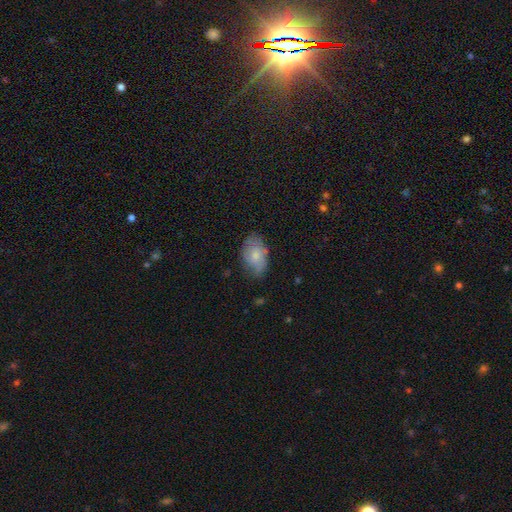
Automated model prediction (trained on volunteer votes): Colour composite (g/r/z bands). It shows a smooth galaxy with no disk features (68%) that is in between round and cigar-shaped (87%). Merging: none (59%).